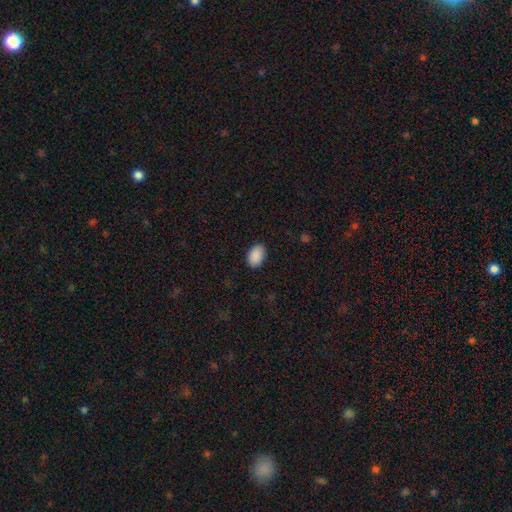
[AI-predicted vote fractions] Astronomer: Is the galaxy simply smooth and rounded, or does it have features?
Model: smooth — 90%.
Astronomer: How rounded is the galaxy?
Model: in between — 87%.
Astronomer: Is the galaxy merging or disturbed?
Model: none — 88%.